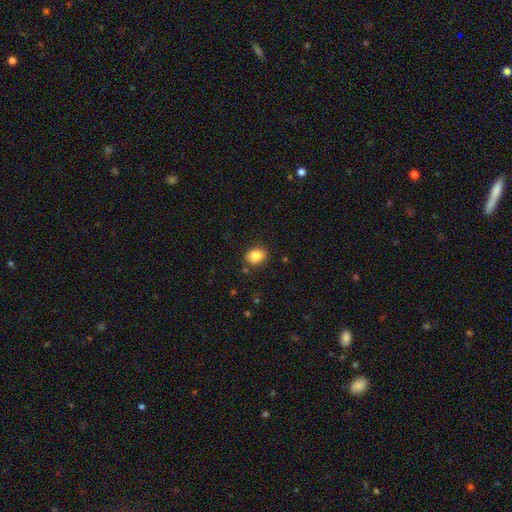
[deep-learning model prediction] The model was most divided on "how rounded": in between: 55%, round: 44%, cigar-shaped: 1%. More confident: smooth or featured — smooth (85%); merging — none (84%).